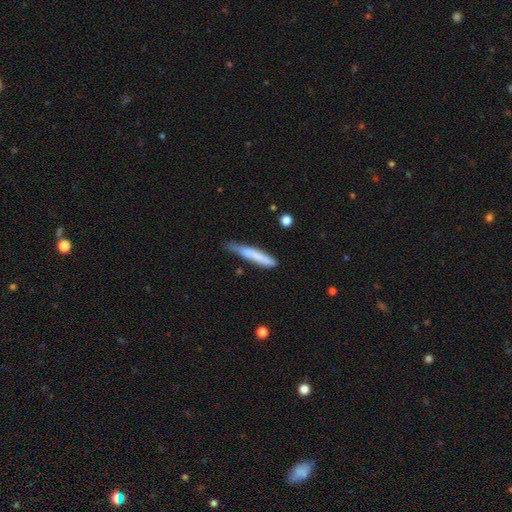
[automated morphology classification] Smooth or featured? smooth (73%)
How rounded? cigar-shaped (94%)
Merging? none (59%)